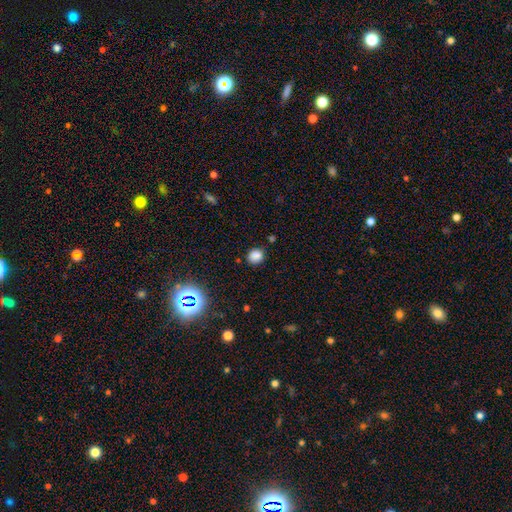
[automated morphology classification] Smooth or featured?
  - smooth: 82% *
  - star or artifact: 13%
  - featured or disk: 4%
How rounded?
  - round: 66% *
  - in between: 33%
  - cigar-shaped: 1%
Merging?
  - none: 84% *
  - minor disturbance: 11%
  - major disturbance: 3%
  - merger: 2%